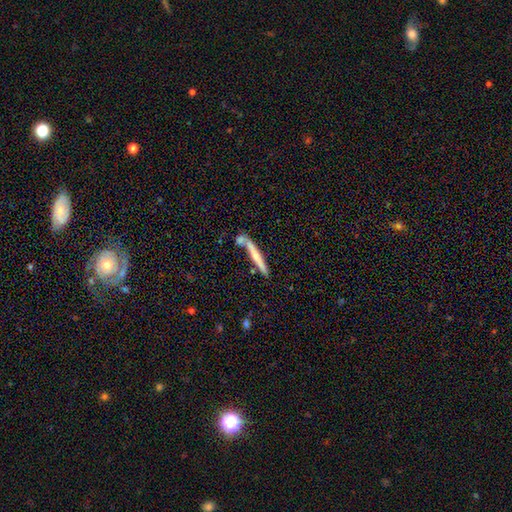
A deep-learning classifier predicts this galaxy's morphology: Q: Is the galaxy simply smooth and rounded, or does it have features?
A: smooth — 47%.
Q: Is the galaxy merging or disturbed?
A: none — 63%.